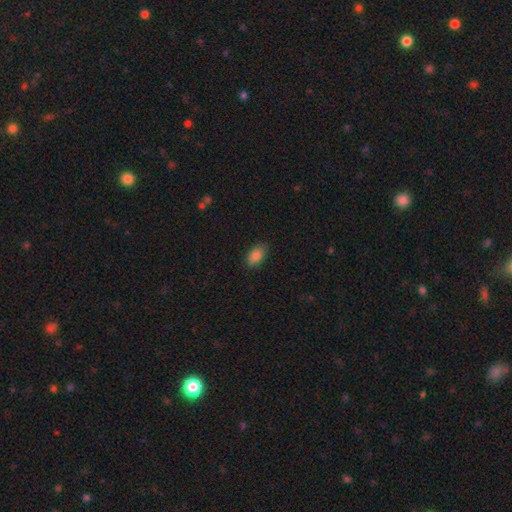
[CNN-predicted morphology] A smooth galaxy with no disk features (87%) that is in between round and cigar-shaped (92%). Merging: none (84%).